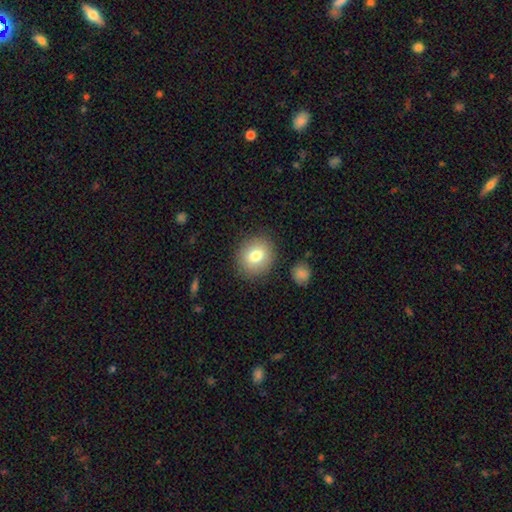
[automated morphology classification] Overall: smooth (77%). How rounded: round (80%). Merging: none (86%).